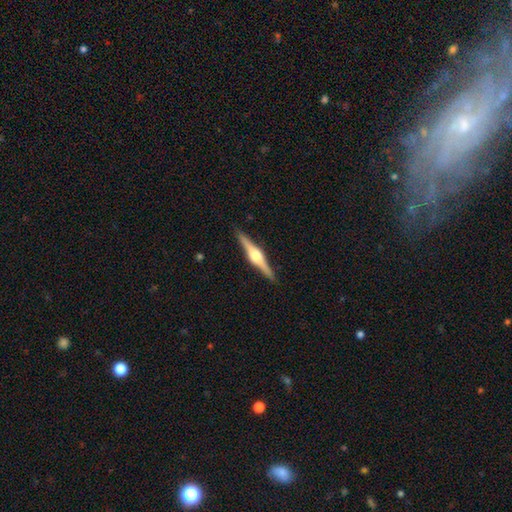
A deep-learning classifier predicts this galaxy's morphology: smooth_or_featured: featured or disk (p=0.82) [alt: smooth p=0.13]
disk_edge_on: yes (p=0.98) [alt: no p=0.02]
edge_on_bulge: rounded (p=0.93) [alt: boxy p=0.05]
merging: none (p=0.91) [alt: minor disturbance p=0.06]